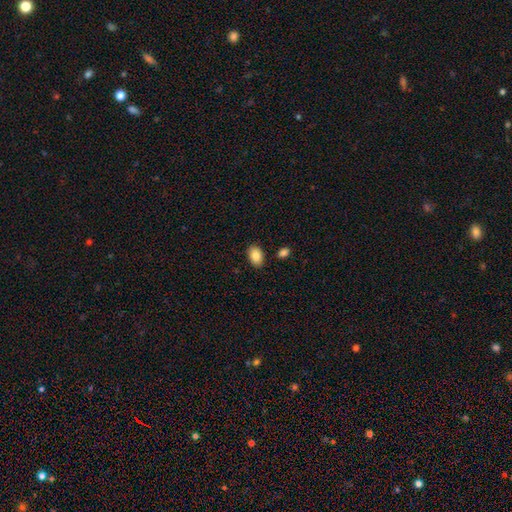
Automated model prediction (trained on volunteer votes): The model was most divided on "how rounded": in between: 85%, round: 14%, cigar-shaped: 1%. More confident: smooth or featured — smooth (87%); merging — none (86%).